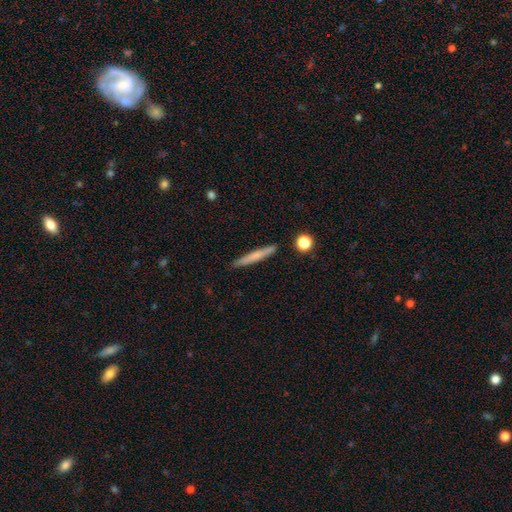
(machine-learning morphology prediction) This is likely a smooth galaxy (64%). How rounded: clearly cigar-shaped (95%). Merging: clearly none (89%).